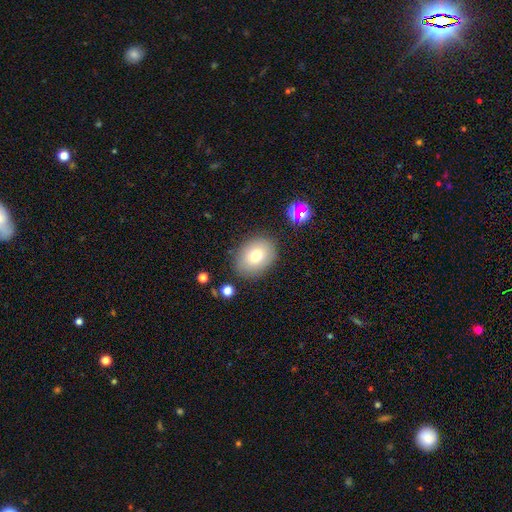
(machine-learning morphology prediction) The model was most divided on "how rounded": in between: 66%, round: 33%, cigar-shaped: 1%. More confident: merging — none (83%); smooth or featured — smooth (76%).